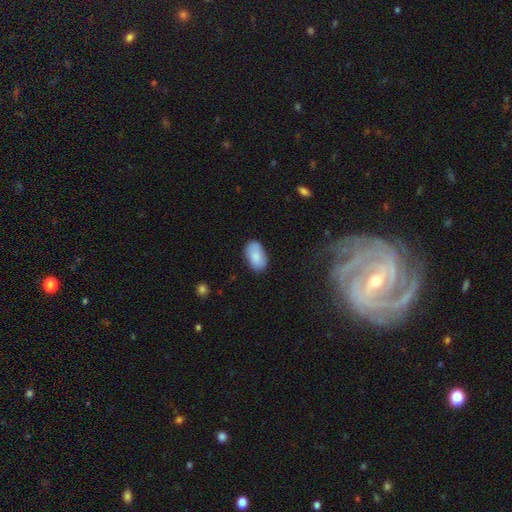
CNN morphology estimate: smooth-or-featured: smooth: 87% | featured or disk: 7% | star or artifact: 6%
  how-rounded: in between: 94% | round: 4% | cigar-shaped: 1%
  merging: none: 83% | minor disturbance: 13% | major disturbance: 2% | merger: 1%